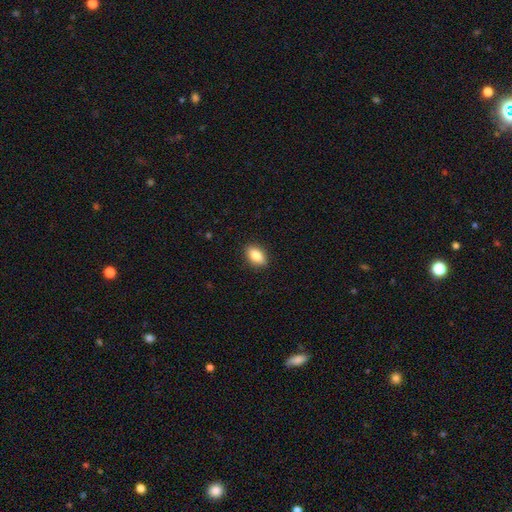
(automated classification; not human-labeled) smooth_or_featured: smooth (p=0.80) [alt: featured or disk p=0.12]
how_rounded: in between (p=0.85) [alt: round p=0.09]
merging: none (p=0.88) [alt: minor disturbance p=0.09]